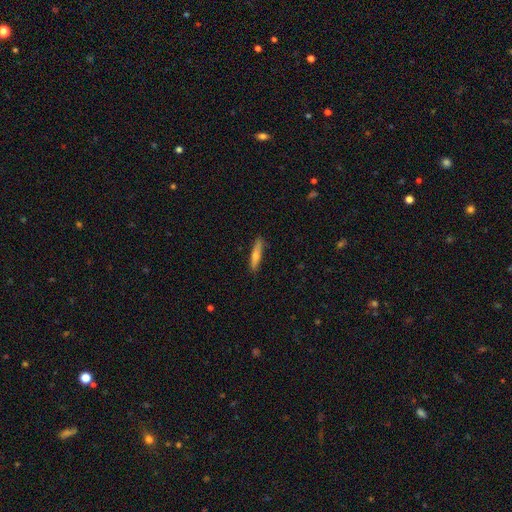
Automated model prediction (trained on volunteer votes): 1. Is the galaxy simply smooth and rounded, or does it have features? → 58% smooth, 36% featured or disk, 6% star or artifact.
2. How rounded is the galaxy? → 89% cigar-shaped, 10% in between, 2% round.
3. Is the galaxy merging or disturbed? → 87% none, 10% minor disturbance, 2% major disturbance, 1% merger.